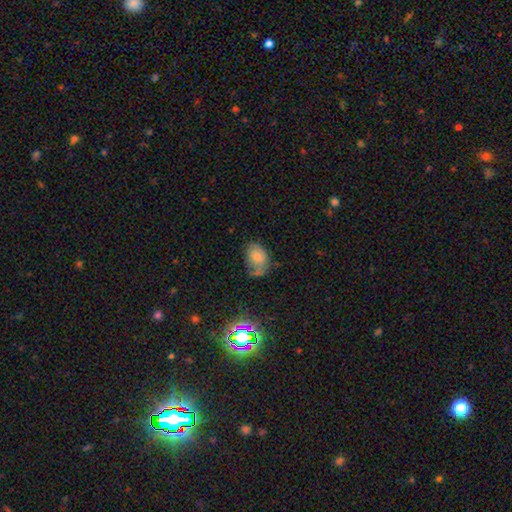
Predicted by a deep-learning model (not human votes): smooth-or-featured: smooth: 59% | star or artifact: 21% | featured or disk: 20%
  how-rounded: in between: 77% | round: 22% | cigar-shaped: 1%
  merging: none: 49% | minor disturbance: 30% | major disturbance: 14% | merger: 6%